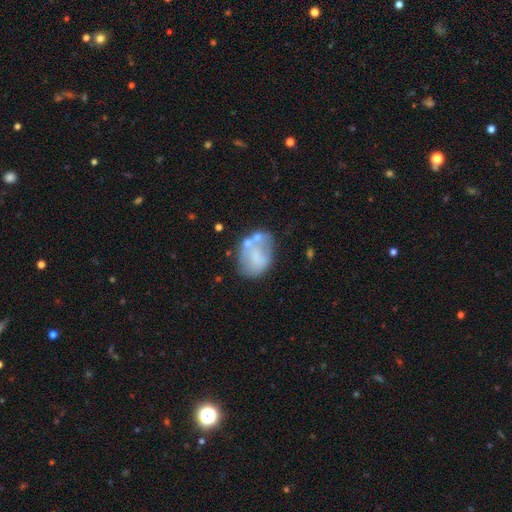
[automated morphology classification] Smooth or featured? Predicted: smooth (p=0.52). How rounded? Predicted: in between (p=0.66). Merging? Predicted: none (p=0.43).